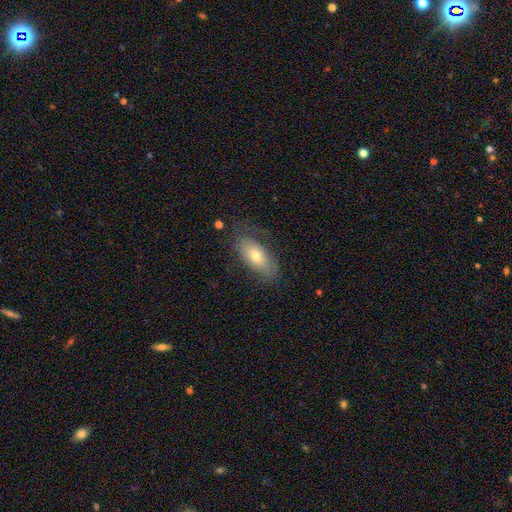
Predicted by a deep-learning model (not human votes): Smooth or featured? Predicted: smooth (p=0.55). How rounded? Predicted: in between (p=0.86). Merging? Predicted: none (p=0.64).